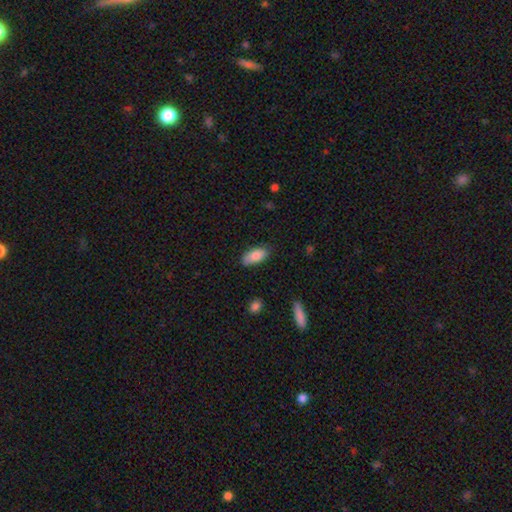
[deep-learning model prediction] This appears to be a smooth galaxy with no disk features (83%) that is in between round and cigar-shaped (90%). Merging: none (79%).